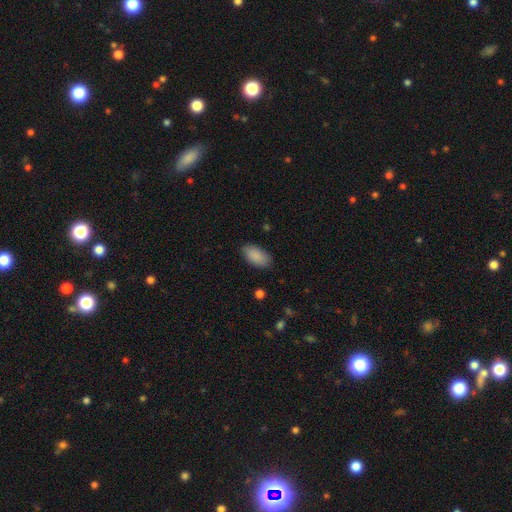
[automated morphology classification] A smooth galaxy with no disk features (90%) that is in between round and cigar-shaped (94%).

Vote fractions:
- Smooth or featured? smooth: 90% / star or artifact: 7% / featured or disk: 4%
- How rounded? in between: 94% / cigar-shaped: 3% / round: 3%
- Merging? none: 86% / minor disturbance: 11% / major disturbance: 3% / merger: 1%